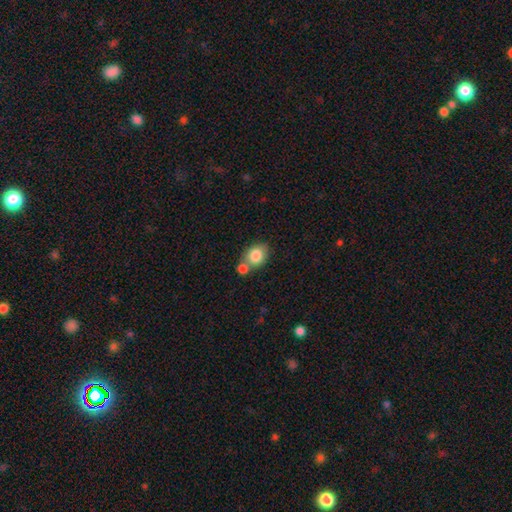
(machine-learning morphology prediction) smooth 83%, featured or disk 9%, star or artifact 8%. Down the decision tree: how rounded — in between (55%); merging — none (48%).